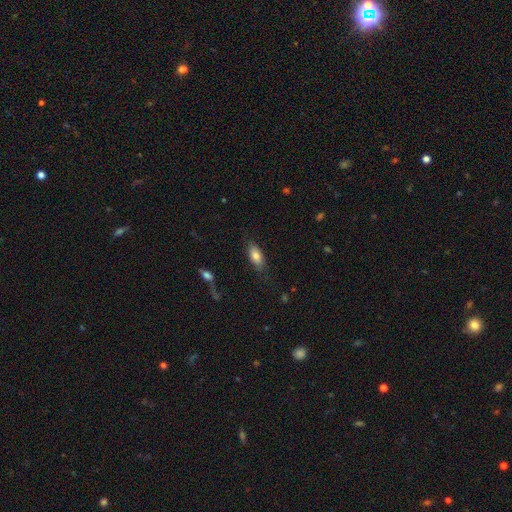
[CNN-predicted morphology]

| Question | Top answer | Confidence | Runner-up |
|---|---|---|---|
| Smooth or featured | smooth | 77% | featured or disk (16%) |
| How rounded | in between | 88% | cigar-shaped (9%) |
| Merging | none | 75% | minor disturbance (17%) |